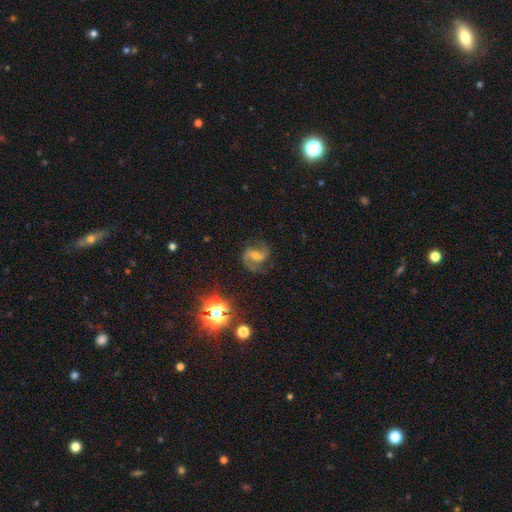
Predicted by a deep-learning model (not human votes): Smooth or featured: featured or disk — 79% (star or artifact — 11%)
Edge-on disk: no — 98% (yes — 2%)
Bar: weak — 44% (strong — 29%)
Spiral arms: yes — 95% (no — 5%)
Spiral winding: medium — 47% (loose — 42%)
Spiral arm count: 2 — 91% (can't tell — 3%)
Bulge size: small — 49% (moderate — 39%)
Merging: none — 74% (minor disturbance — 15%)